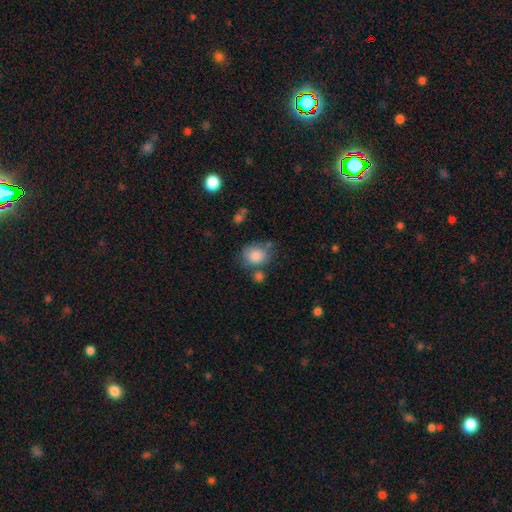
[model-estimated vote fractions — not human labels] smooth 84%, star or artifact 8%, featured or disk 8%. Down the decision tree: how rounded — round (61%); merging — none (57%).